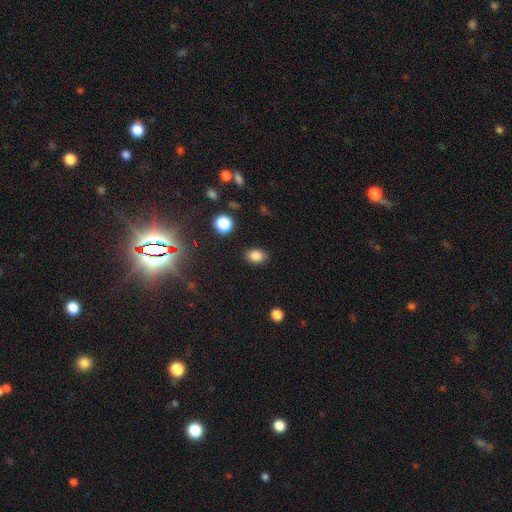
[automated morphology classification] type=smooth (83%); roundness=in between (70%); merging=none (86%).